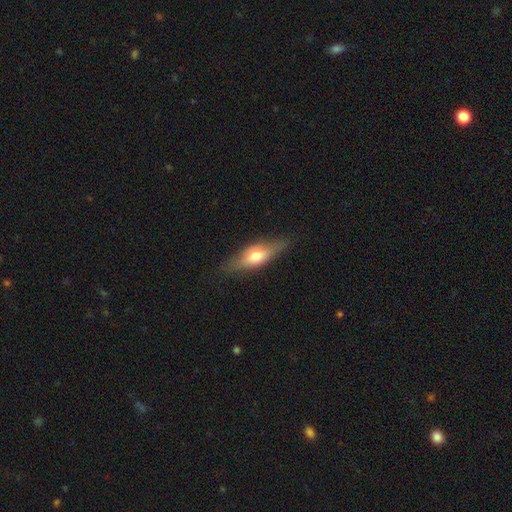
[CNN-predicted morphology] smooth_or_featured: smooth (p=0.48) [alt: featured or disk p=0.45]
merging: none (p=0.82) [alt: minor disturbance p=0.14]